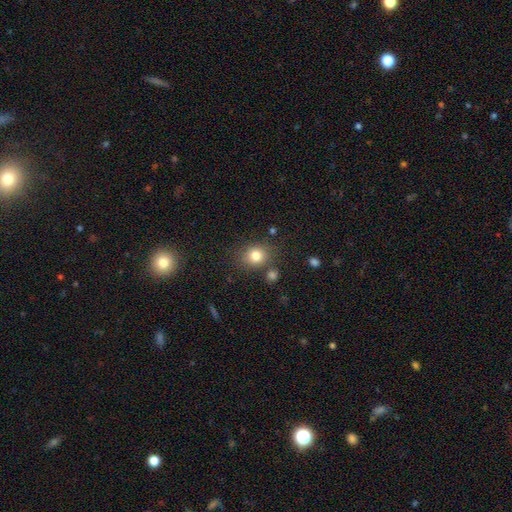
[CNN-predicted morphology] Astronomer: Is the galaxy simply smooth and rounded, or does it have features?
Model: smooth — 80%.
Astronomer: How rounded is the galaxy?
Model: round — 73%.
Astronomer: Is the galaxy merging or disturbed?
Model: none — 76%.